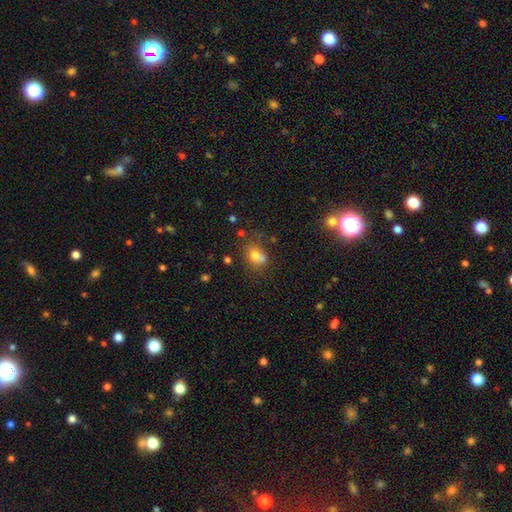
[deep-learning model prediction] Smooth or featured? smooth (72%)
How rounded? in between (67%)
Merging? none (42%)